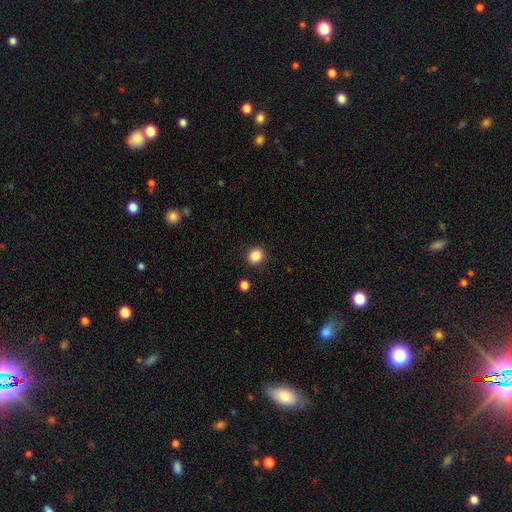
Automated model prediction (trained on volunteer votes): smooth_or_featured: smooth (p=0.86) [alt: star or artifact p=0.11]
how_rounded: round (p=0.89) [alt: in between p=0.10]
merging: none (p=0.90) [alt: minor disturbance p=0.06]